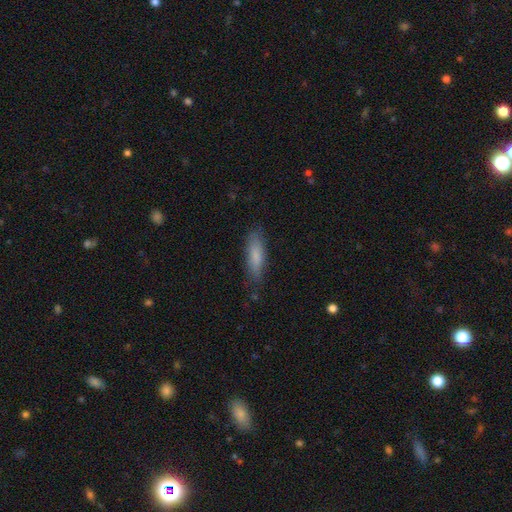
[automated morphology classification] This appears to be a smooth galaxy with no disk features (79%) that is cigar-shaped (62%). Merging: none (78%).